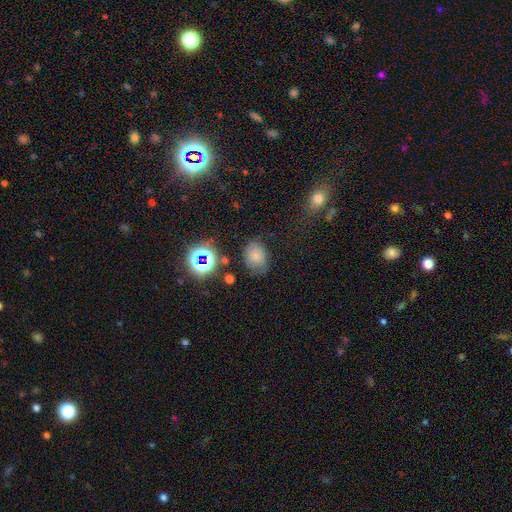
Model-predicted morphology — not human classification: Overall: smooth (68%). How rounded: in between (65%; round 34%). Merging: none (62%; minor disturbance 25%).